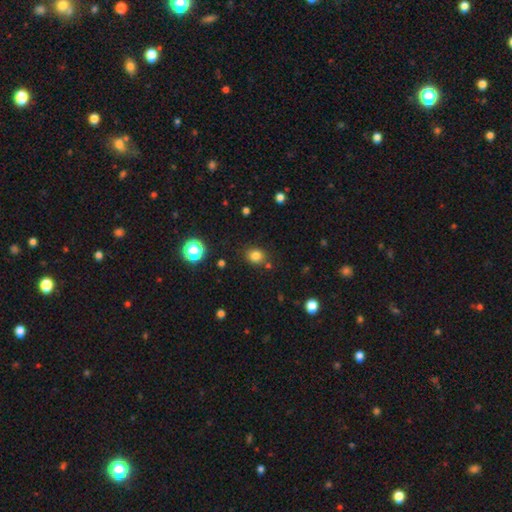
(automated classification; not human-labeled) smooth 80%, star or artifact 14%, featured or disk 6%. Down the decision tree: how rounded — round (73%); merging — none (81%).